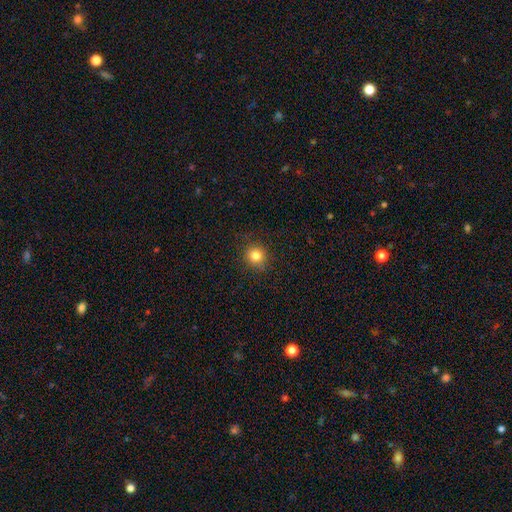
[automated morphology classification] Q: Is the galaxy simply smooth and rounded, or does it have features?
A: smooth — 83%.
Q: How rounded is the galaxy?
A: round — 89%.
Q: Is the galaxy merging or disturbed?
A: none — 86%.